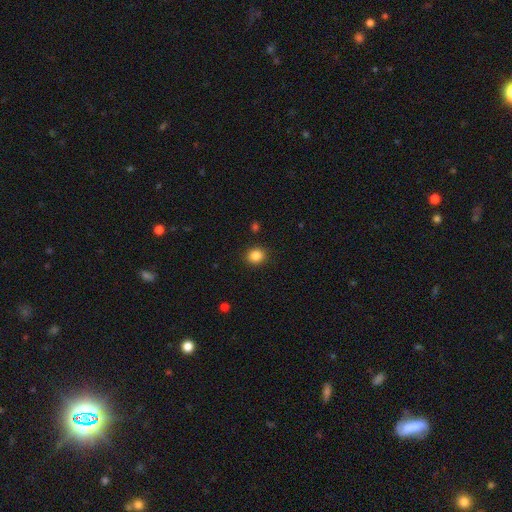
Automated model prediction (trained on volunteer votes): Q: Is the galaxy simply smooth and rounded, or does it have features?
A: smooth — 85%.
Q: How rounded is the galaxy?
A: round — 79%.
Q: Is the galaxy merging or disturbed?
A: none — 91%.